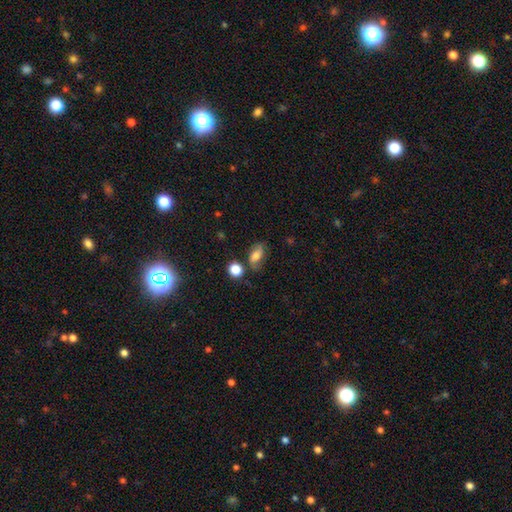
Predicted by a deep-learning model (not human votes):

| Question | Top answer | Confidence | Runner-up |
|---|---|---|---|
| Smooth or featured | smooth | 65% | featured or disk (24%) |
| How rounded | in between | 84% | round (12%) |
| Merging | none | 59% | minor disturbance (24%) |